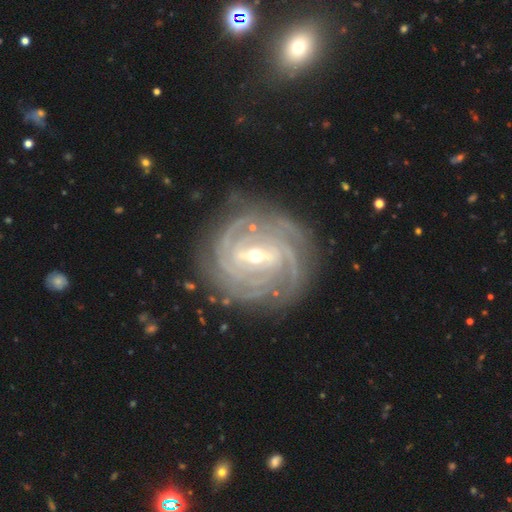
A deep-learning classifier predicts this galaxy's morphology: A featured or disk galaxy (92%) with a strong bar (52%), 4 (31%) tight (79%) spiral arms (98%) and a moderate central bulge (49%).

Vote fractions:
- Smooth or featured? featured or disk: 92% / star or artifact: 5% / smooth: 4%
- Edge-on disk? no: 97% / yes: 3%
- Bar? strong: 52% / weak: 38% / no: 10%
- Spiral arms? yes: 98% / no: 2%
- Spiral winding? tight: 79% / medium: 18% / loose: 3%
- Spiral arm count? 4: 31% / 3: 19% / can't tell: 18% / more than 4: 15% / 2: 11% / 1: 7%
- Bulge size? moderate: 49% / small: 48% / large: 2% / none: 1% / dominant: 1%
- Merging? none: 81% / minor disturbance: 13% / major disturbance: 5% / merger: 1%